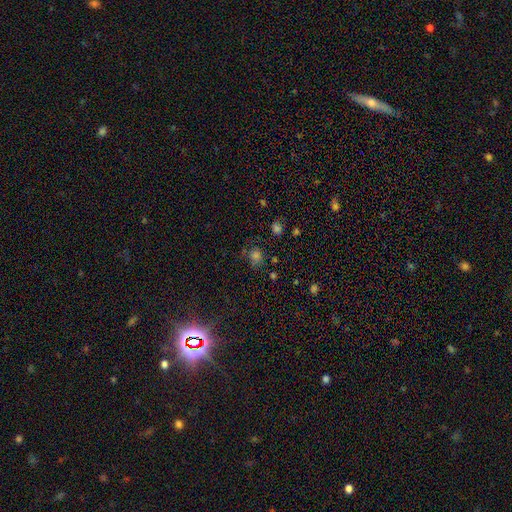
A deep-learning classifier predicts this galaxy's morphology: Overall: smooth (47%; star or artifact 42%). Merging: none (70%).